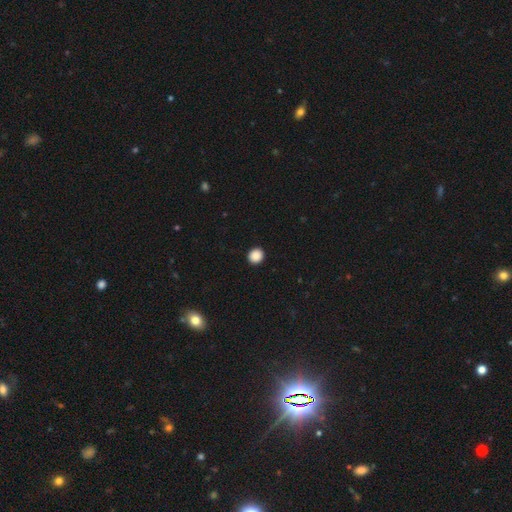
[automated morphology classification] Smooth or featured? Predicted: smooth (p=0.88). How rounded? Predicted: round (p=0.92). Merging? Predicted: none (p=0.93).